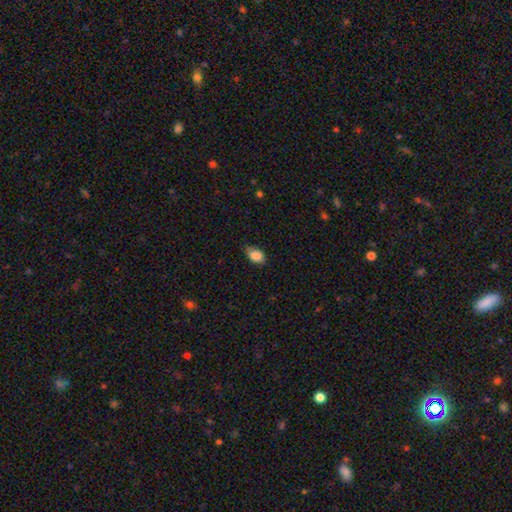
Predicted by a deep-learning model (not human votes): A smooth galaxy with no disk features (86%) that is in between round and cigar-shaped (87%).

Vote fractions:
- Smooth or featured? smooth: 86% / star or artifact: 8% / featured or disk: 6%
- How rounded? in between: 87% / round: 12% / cigar-shaped: 2%
- Merging? none: 69% / minor disturbance: 26% / major disturbance: 4% / merger: 1%